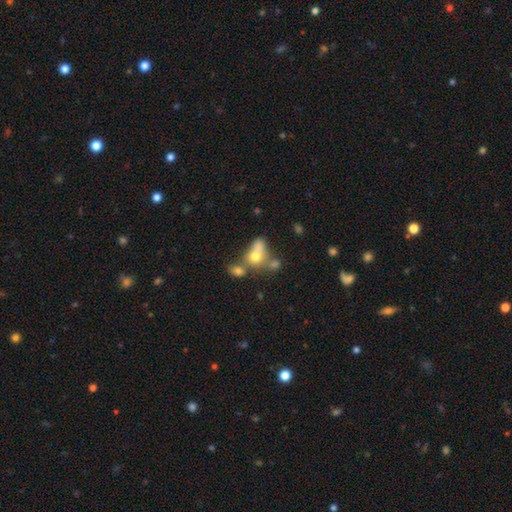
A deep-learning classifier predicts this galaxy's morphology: This appears to be a smooth galaxy with no disk features (67%) that is in between round and cigar-shaped (57%). Merging: merger (57%).